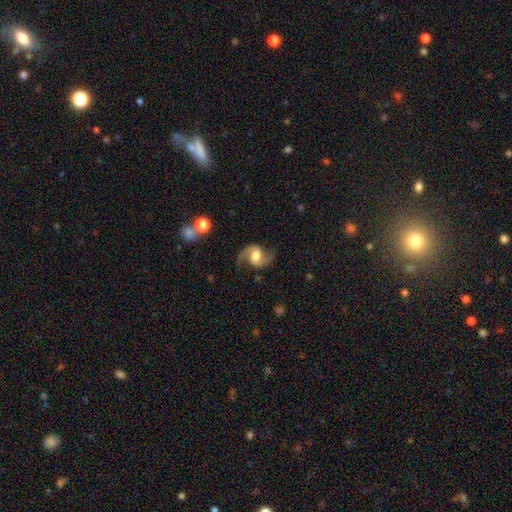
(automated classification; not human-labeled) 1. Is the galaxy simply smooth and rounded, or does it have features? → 85% featured or disk, 9% smooth, 6% star or artifact.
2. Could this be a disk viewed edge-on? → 98% no, 2% yes.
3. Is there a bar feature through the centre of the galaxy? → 48% no, 39% weak, 13% strong.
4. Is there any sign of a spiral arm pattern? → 97% yes, 3% no.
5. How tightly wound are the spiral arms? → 56% loose, 37% medium, 7% tight.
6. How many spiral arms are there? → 93% 2, 2% 1, 2% can't tell, 1% 3, 1% 4, 1% more than 4.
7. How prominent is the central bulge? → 58% moderate, 26% large, 11% small, 3% dominant, 3% none.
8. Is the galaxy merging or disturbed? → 77% none, 14% minor disturbance, 7% major disturbance, 2% merger.